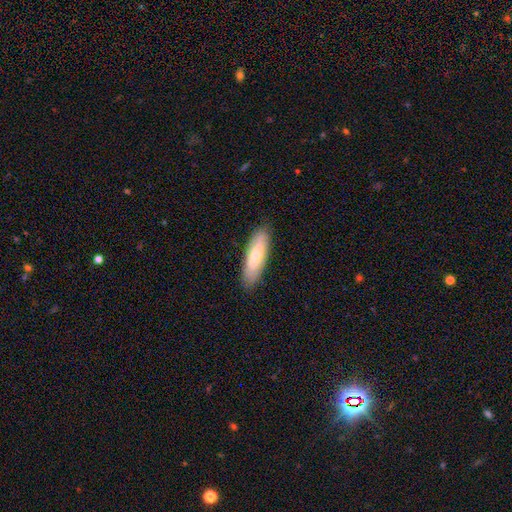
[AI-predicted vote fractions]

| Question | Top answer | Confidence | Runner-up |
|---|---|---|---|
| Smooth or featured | smooth | 66% | featured or disk (28%) |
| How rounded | cigar-shaped | 53% | in between (46%) |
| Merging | none | 87% | minor disturbance (10%) |